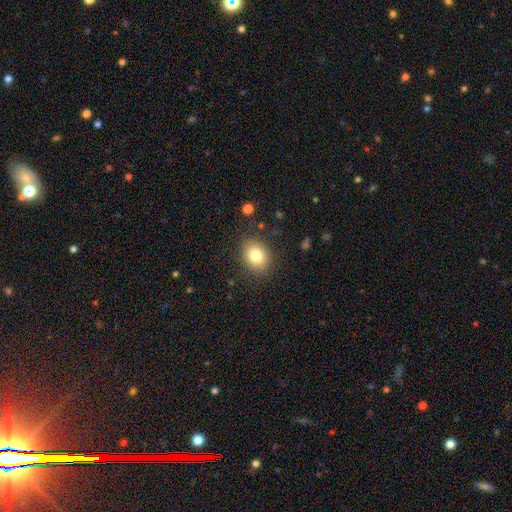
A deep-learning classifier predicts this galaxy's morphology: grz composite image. It shows a smooth galaxy with no disk features (82%) that is in between round and cigar-shaped (59%). Merging: none (85%).